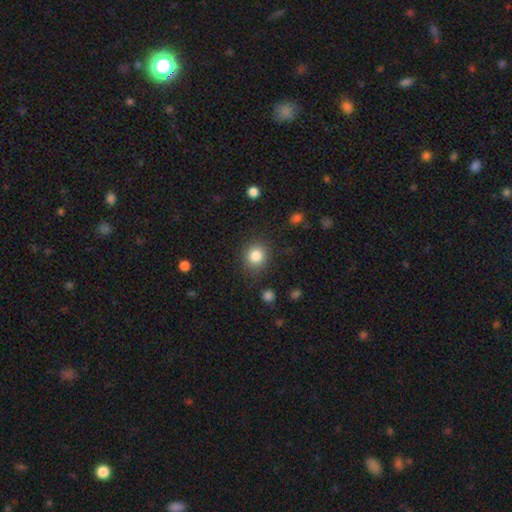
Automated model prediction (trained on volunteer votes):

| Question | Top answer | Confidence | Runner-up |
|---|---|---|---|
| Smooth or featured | smooth | 84% | star or artifact (11%) |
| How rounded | round | 86% | in between (13%) |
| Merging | none | 85% | minor disturbance (10%) |